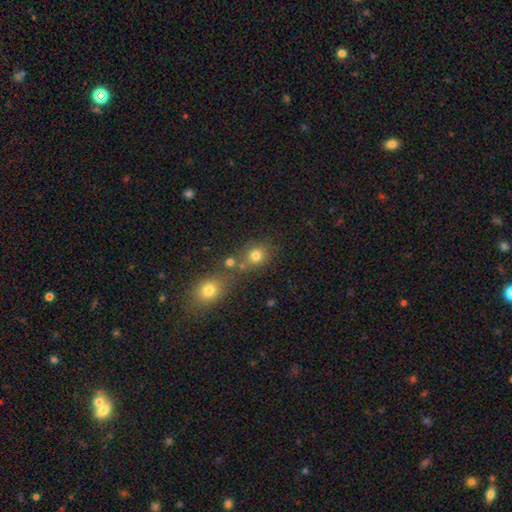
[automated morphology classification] Smooth or featured? smooth (77%)
How rounded? round (76%)
Merging? none (59%)